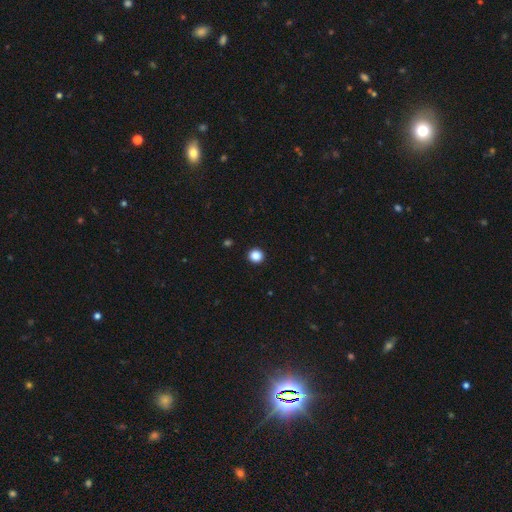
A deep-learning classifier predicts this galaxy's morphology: A smooth galaxy with no disk features (86%) that is round (93%). Merging: none (94%).